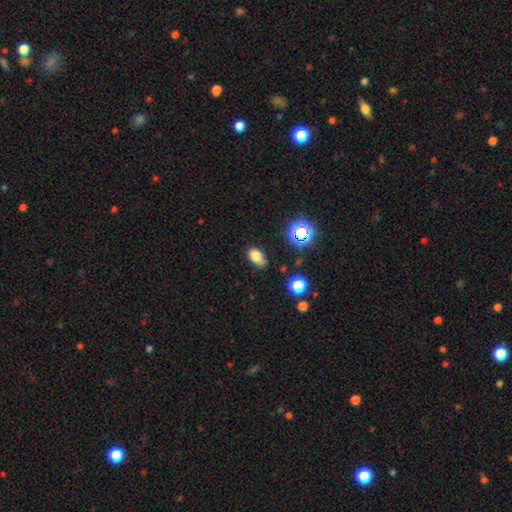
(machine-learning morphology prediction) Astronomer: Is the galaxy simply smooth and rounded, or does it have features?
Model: smooth — 77%.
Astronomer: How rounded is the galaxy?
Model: in between — 79%.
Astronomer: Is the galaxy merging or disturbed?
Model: none — 54% (runner-up: minor disturbance, 32%).